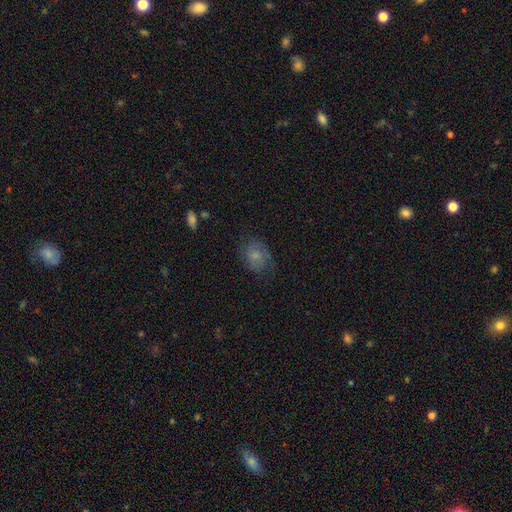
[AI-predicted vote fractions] Overall: smooth (51%; featured or disk 38%). How rounded: in between (51%; round 48%). Merging: none (65%).